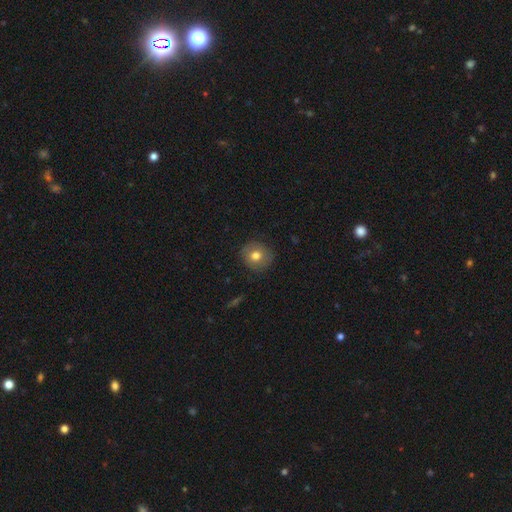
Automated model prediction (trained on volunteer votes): Smooth or featured: smooth — 73% (featured or disk — 17%)
How rounded: round — 89% (in between — 10%)
Merging: none — 87% (minor disturbance — 9%)